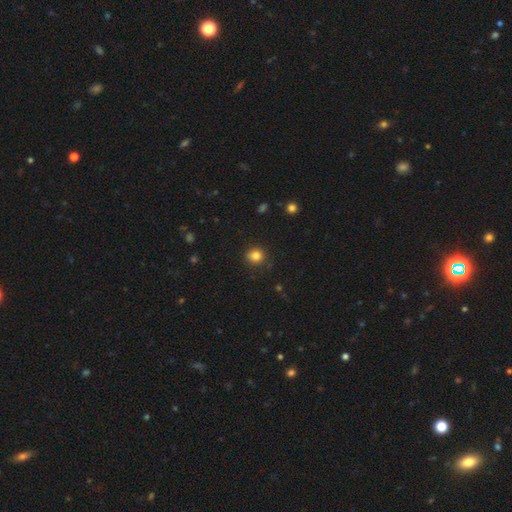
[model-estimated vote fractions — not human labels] Smooth or featured? smooth (82%)
How rounded? round (83%)
Merging? none (83%)